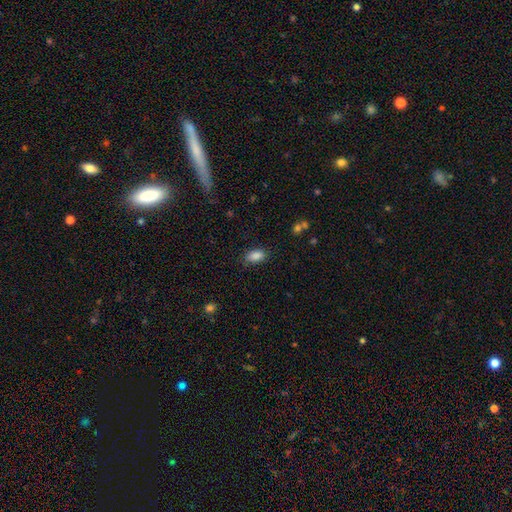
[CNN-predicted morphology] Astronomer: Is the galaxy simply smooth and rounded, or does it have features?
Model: smooth — 88%.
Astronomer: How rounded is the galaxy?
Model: in between — 91%.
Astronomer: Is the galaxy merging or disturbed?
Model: none — 83%.